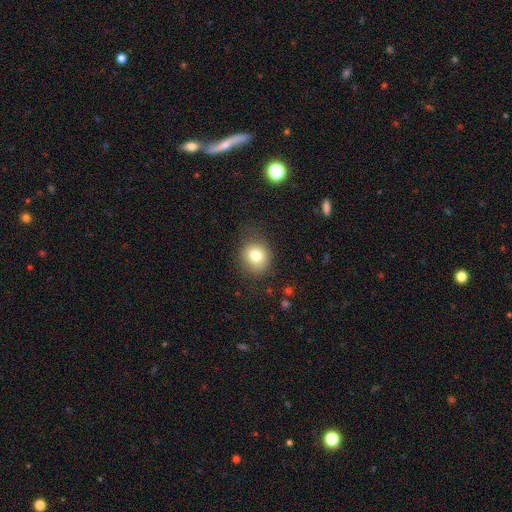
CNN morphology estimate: Smooth or featured?
  - smooth: 77% *
  - star or artifact: 11%
  - featured or disk: 11%
How rounded?
  - round: 75% *
  - in between: 24%
  - cigar-shaped: 1%
Merging?
  - none: 78% *
  - minor disturbance: 15%
  - major disturbance: 6%
  - merger: 1%